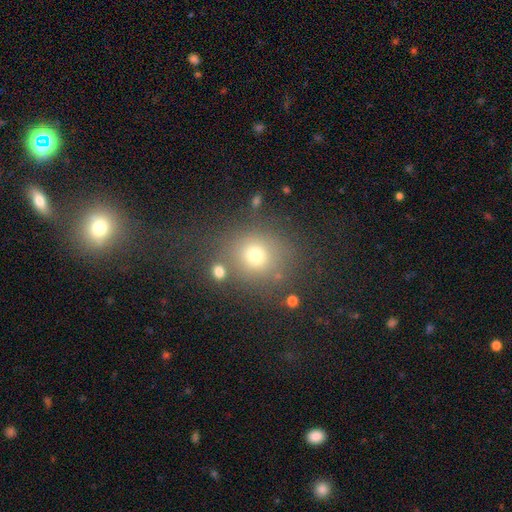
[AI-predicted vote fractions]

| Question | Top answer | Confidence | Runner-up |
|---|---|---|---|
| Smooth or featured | smooth | 67% | star or artifact (22%) |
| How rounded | round | 81% | in between (17%) |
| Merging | none | 69% | merger (14%) |